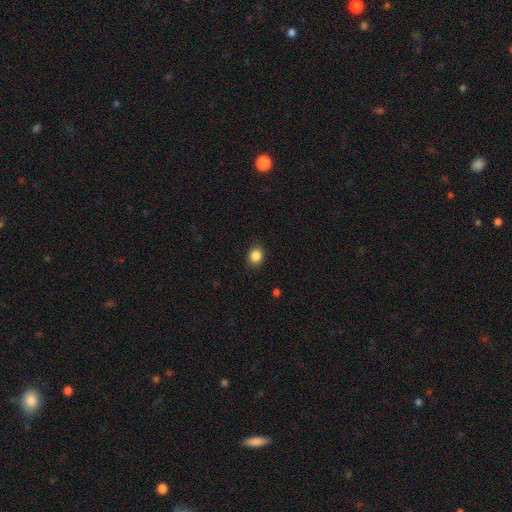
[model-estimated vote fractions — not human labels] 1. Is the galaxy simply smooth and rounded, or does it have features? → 86% smooth, 10% star or artifact, 4% featured or disk.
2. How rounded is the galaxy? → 63% round, 36% in between, 1% cigar-shaped.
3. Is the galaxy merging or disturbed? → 88% none, 8% minor disturbance, 2% major disturbance, 1% merger.